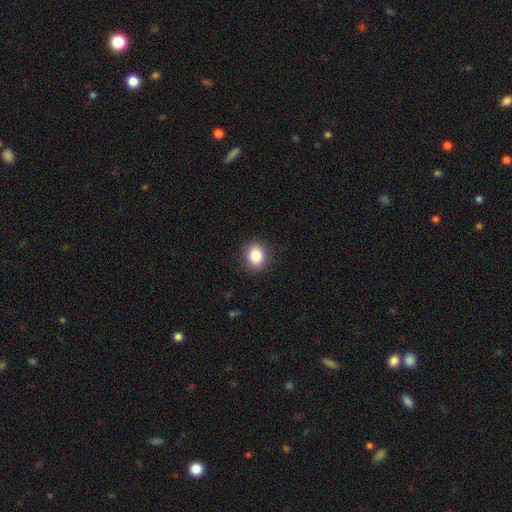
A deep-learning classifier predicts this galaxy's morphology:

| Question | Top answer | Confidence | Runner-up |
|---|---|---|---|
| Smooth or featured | smooth | 85% | star or artifact (9%) |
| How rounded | round | 63% | in between (36%) |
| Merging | none | 89% | minor disturbance (8%) |